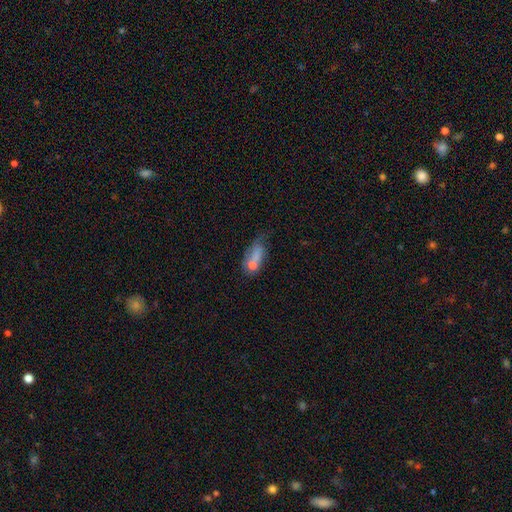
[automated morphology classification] This appears to be a smooth galaxy with no disk features (66%) that is in between round and cigar-shaped (79%). Merging: merger (32%).